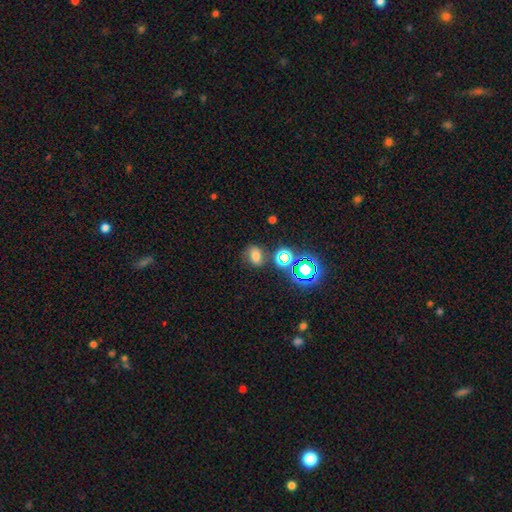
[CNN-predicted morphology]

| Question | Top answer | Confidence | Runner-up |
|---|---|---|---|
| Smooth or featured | smooth | 61% | star or artifact (25%) |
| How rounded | in between | 60% | round (38%) |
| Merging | none | 70% | minor disturbance (16%) |